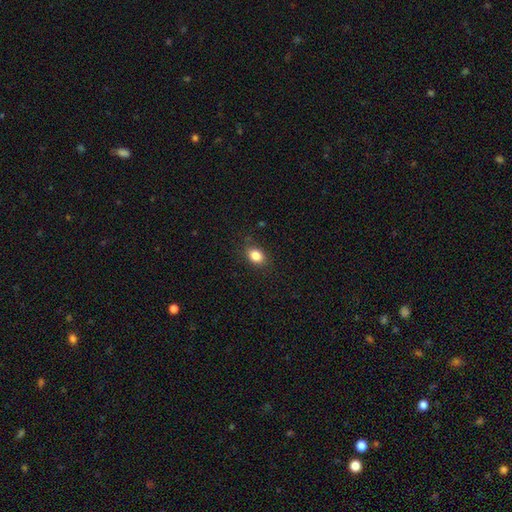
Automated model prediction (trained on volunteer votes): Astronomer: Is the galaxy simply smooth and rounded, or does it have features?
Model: smooth — 85%.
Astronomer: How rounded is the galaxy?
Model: in between — 65%.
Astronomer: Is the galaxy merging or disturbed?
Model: none — 85%.